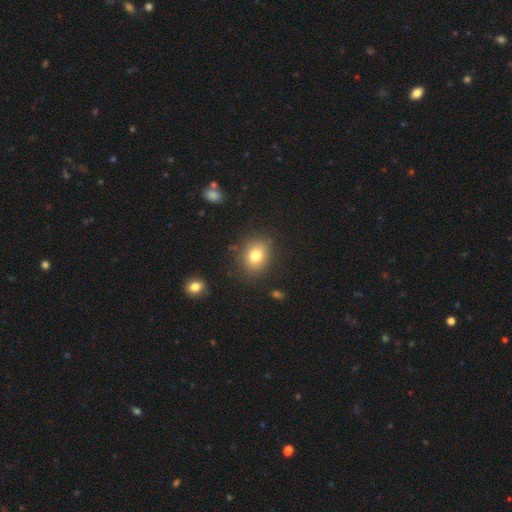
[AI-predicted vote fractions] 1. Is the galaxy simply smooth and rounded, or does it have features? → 79% smooth, 11% star or artifact, 10% featured or disk.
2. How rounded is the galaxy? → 52% round, 47% in between, 1% cigar-shaped.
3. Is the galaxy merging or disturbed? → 84% none, 11% minor disturbance, 3% major disturbance, 2% merger.